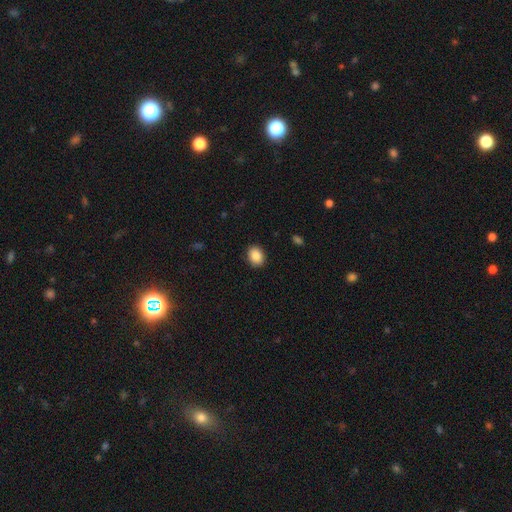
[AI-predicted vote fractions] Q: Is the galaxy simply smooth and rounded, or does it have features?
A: smooth — 87%.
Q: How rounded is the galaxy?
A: in between — 60%.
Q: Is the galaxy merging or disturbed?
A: none — 90%.